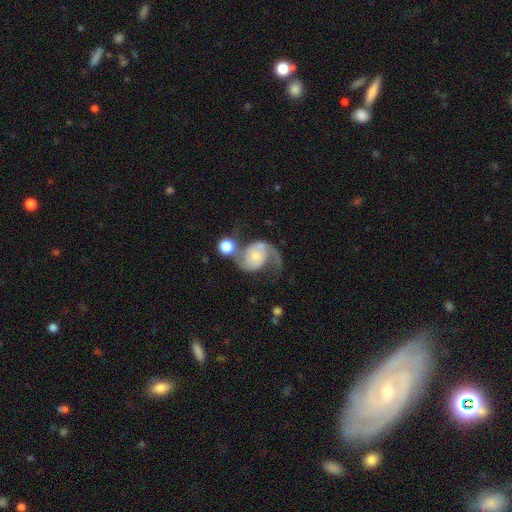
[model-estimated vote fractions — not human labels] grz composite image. It shows a featured or disk galaxy (84%) with no bar (67%), 2 (90%) loose (54%) spiral arms (96%) and a small central bulge (42%). Merging: none (44%).